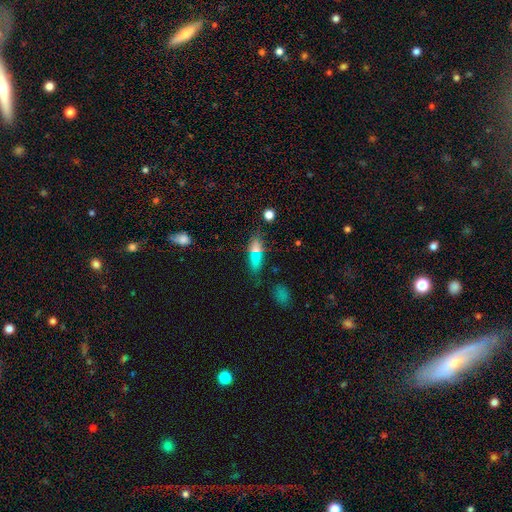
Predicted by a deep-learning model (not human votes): Smooth or featured: smooth — 68% (star or artifact — 17%)
How rounded: in between — 56% (cigar-shaped — 38%)
Merging: none — 78% (minor disturbance — 13%)